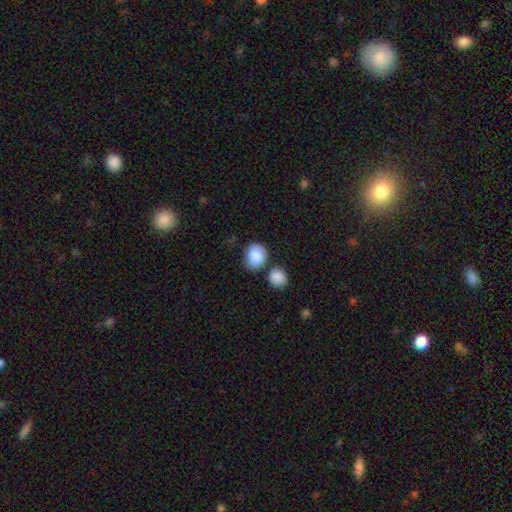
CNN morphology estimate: This appears to be a smooth galaxy with no disk features (86%) that is round (63%). Merging: none (62%).